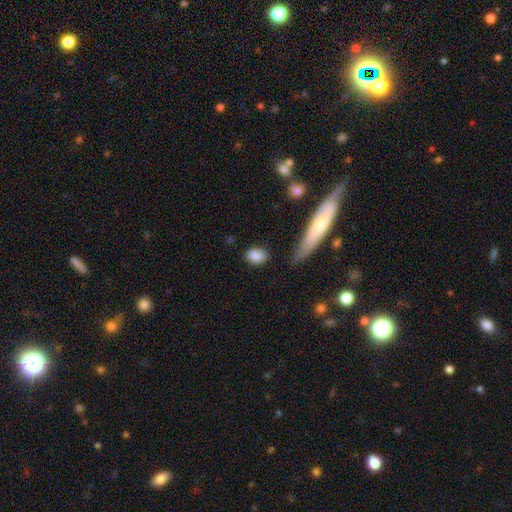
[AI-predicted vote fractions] The model was most divided on "how rounded": in between: 74%, round: 23%, cigar-shaped: 3%. More confident: smooth or featured — smooth (86%); merging — none (80%).